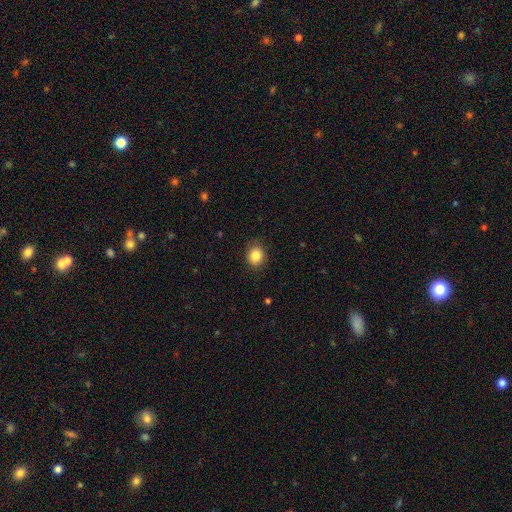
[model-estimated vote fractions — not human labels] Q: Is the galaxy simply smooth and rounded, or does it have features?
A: smooth — 86%.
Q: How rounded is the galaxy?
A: round — 74%.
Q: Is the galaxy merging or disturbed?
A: none — 87%.